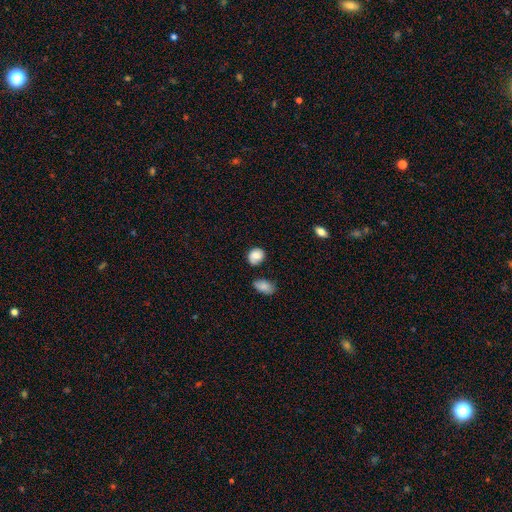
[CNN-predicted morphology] Overall: smooth (81%). How rounded: round (62%; in between 37%). Merging: none (61%; minor disturbance 25%).